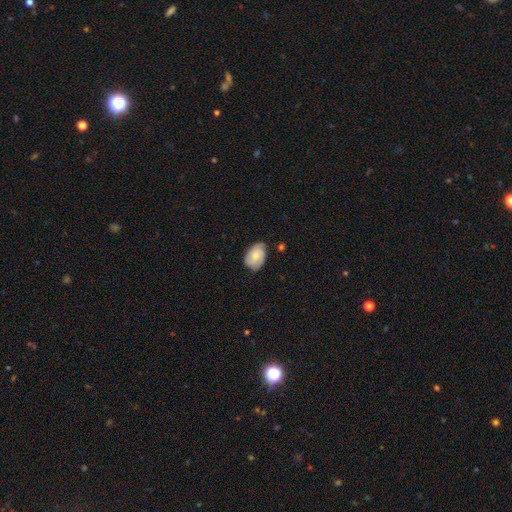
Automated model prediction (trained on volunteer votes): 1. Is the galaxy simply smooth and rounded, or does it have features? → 51% smooth, 42% featured or disk, 7% star or artifact.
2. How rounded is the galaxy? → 83% in between, 16% round, 1% cigar-shaped.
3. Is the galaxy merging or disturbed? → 68% none, 26% minor disturbance, 5% major disturbance, 2% merger.